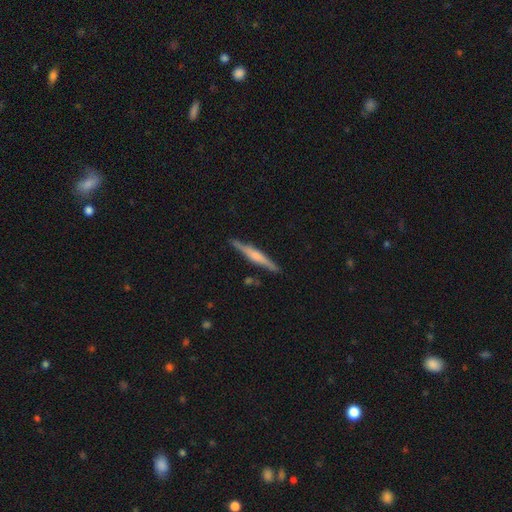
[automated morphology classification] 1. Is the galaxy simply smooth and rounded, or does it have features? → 64% featured or disk, 31% smooth, 5% star or artifact.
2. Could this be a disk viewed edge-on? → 97% yes, 3% no.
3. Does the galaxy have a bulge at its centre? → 56% rounded, 27% boxy, 17% none.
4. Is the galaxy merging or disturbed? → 88% none, 8% minor disturbance, 2% major disturbance, 2% merger.